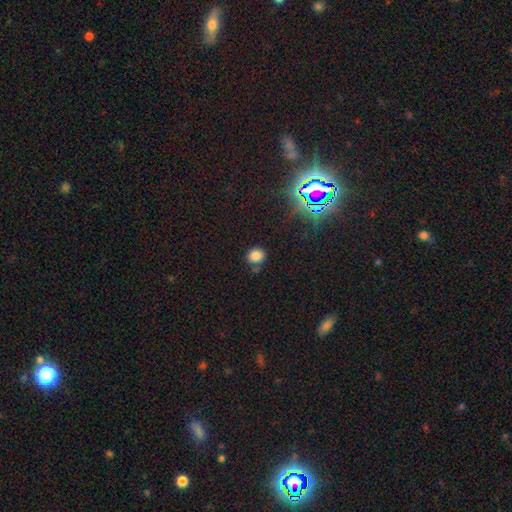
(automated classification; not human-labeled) Morphology: type=smooth (81%); roundness=round (74%); merging=none (75%).